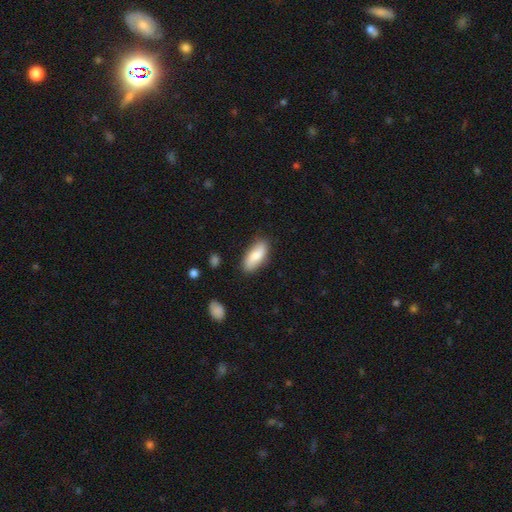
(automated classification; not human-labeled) Smooth or featured? Predicted: smooth (p=0.78). How rounded? Predicted: in between (p=0.82). Merging? Predicted: none (p=0.81).